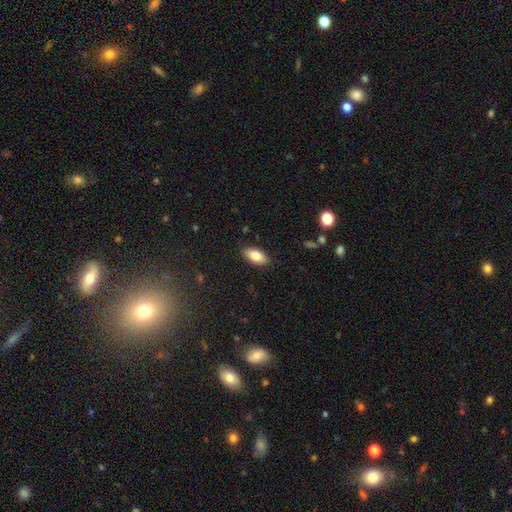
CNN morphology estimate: This appears to be a smooth galaxy with no disk features (82%) that is in between round and cigar-shaped (90%). Merging: none (87%).